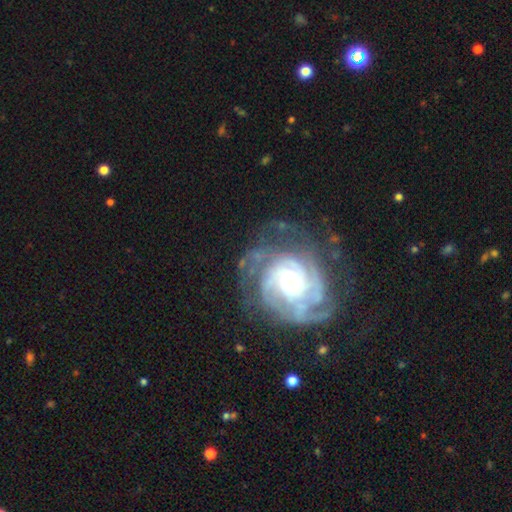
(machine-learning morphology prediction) The model was most divided on "spiral arm count": can't tell: 27%, 3: 23%, 4: 18%, 2: 15%, more than 4: 9%, 1: 7%. More confident: edge-on disk — no (97%); spiral arms — yes (97%); smooth or featured — featured or disk (86%); spiral winding — tight (73%); bar — no (73%); merging — none (71%); bulge size — small (57%).